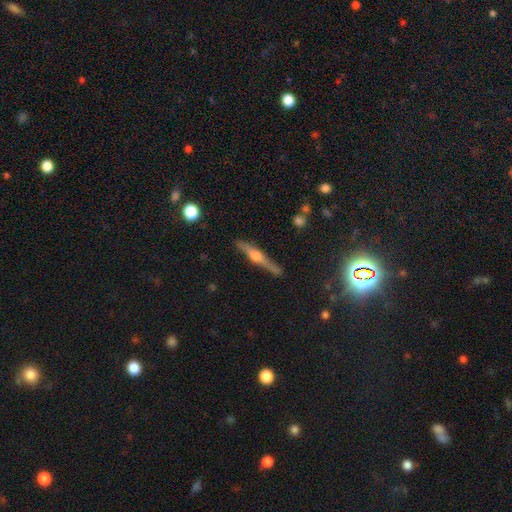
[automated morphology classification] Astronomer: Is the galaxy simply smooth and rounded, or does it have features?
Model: featured or disk — 73%.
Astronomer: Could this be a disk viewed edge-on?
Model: yes — 96%.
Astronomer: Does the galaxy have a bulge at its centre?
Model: rounded — 90%.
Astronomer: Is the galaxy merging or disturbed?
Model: none — 86%.